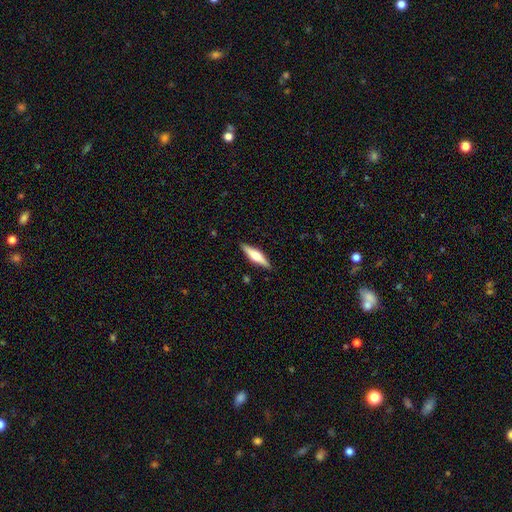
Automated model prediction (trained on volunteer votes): The model was most divided on "smooth or featured": featured or disk: 55%, smooth: 40%, star or artifact: 6%. More confident: edge-on disk — yes (95%); merging — none (89%); edge-on bulge — rounded (89%).